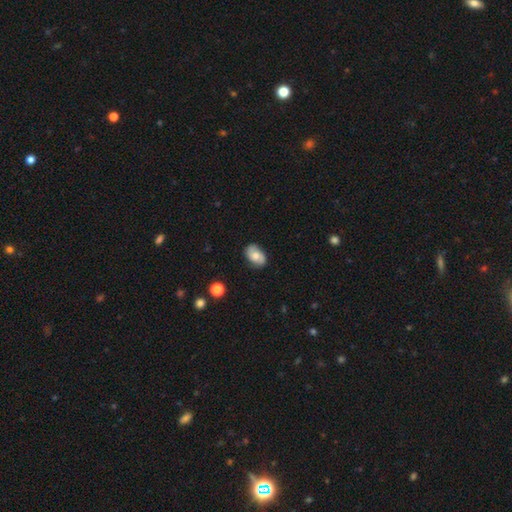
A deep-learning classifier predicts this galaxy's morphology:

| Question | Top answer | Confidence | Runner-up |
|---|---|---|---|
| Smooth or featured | smooth | 61% | featured or disk (31%) |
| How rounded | in between | 88% | round (11%) |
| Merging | none | 78% | minor disturbance (17%) |